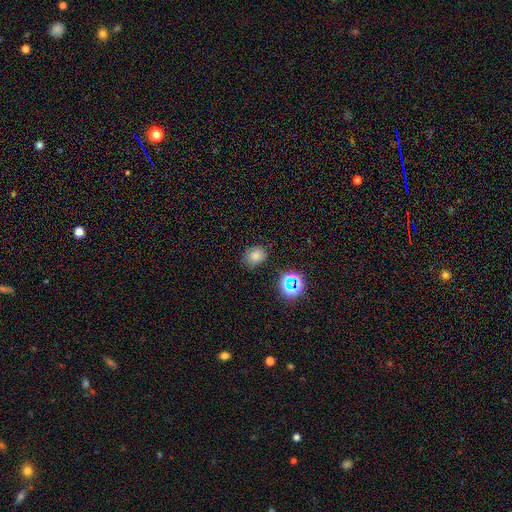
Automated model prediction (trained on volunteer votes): The model was most divided on "how rounded": round: 57%, in between: 42%, cigar-shaped: 1%. More confident: merging — none (77%); smooth or featured — smooth (74%).